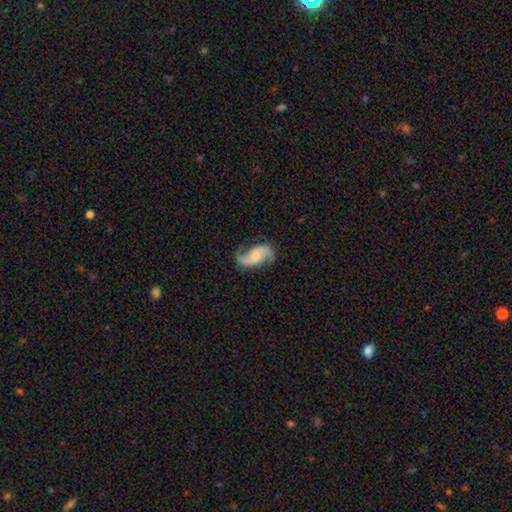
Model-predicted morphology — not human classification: This is clearly a featured or disk galaxy (84%). It is clearly not viewed edge-on (98%). Bar: possibly no (53%). Spiral arm pattern: clearly yes (97%). Spiral arm count: clearly 2 (92%). Spiral winding: likely loose (61%). Central bulge: marginally moderate (34%, tied with small). Merging: likely none (74%).